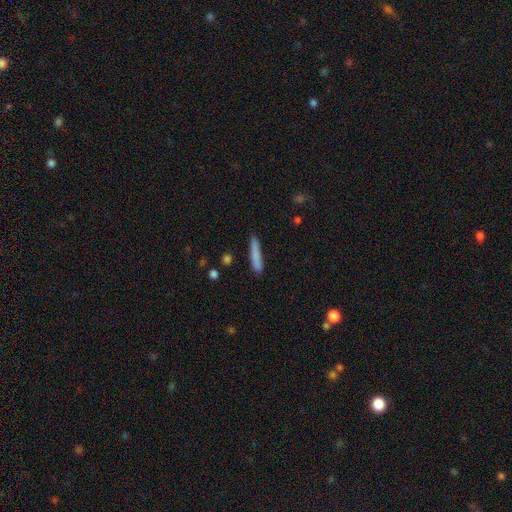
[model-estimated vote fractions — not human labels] Morphology: type=smooth (81%); roundness=cigar-shaped (92%); merging=none (85%).